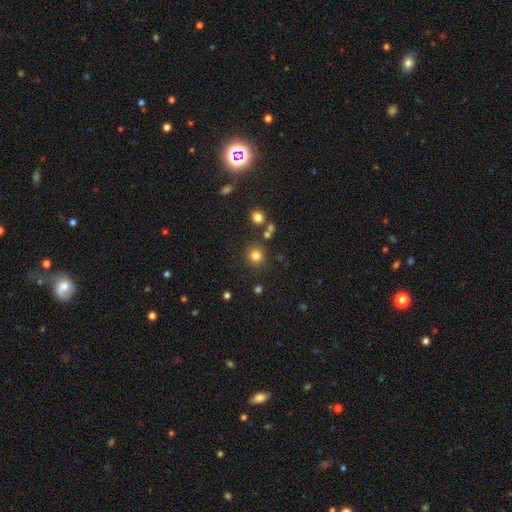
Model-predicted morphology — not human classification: Smooth or featured: smooth — 80% (star or artifact — 14%)
How rounded: round — 93% (in between — 6%)
Merging: none — 85% (minor disturbance — 7%)